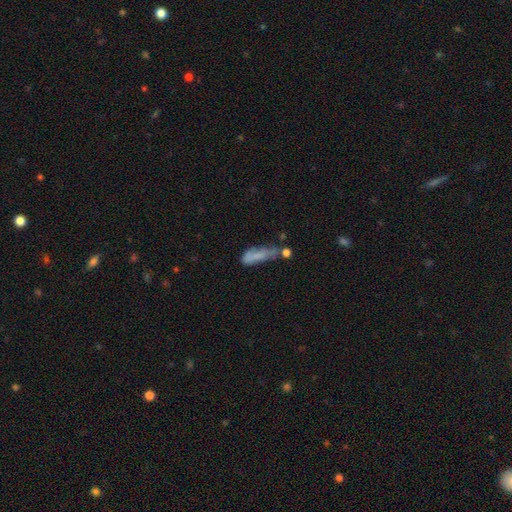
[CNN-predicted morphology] smooth-or-featured: smooth: 64% | featured or disk: 25% | star or artifact: 11%
  how-rounded: cigar-shaped: 57% | in between: 40% | round: 3%
  merging: none: 28% | minor disturbance: 27% | major disturbance: 23% | merger: 21%